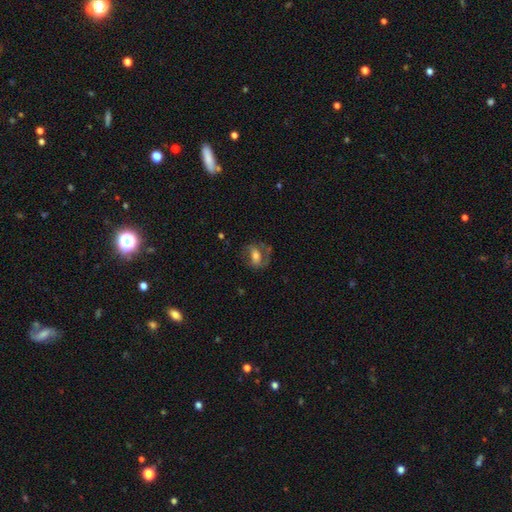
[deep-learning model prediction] smooth-or-featured: featured or disk: 59% | smooth: 33% | star or artifact: 8%
  disk-edge-on: no: 95% | yes: 5%
    bar: weak: 36% | no: 35% | strong: 29%
    has-spiral-arms: yes: 72% | no: 28%
    bulge-size: moderate: 57% | small: 22% | large: 16% | none: 3% | dominant: 2%
  merging: none: 54% | major disturbance: 22% | minor disturbance: 20% | merger: 3%